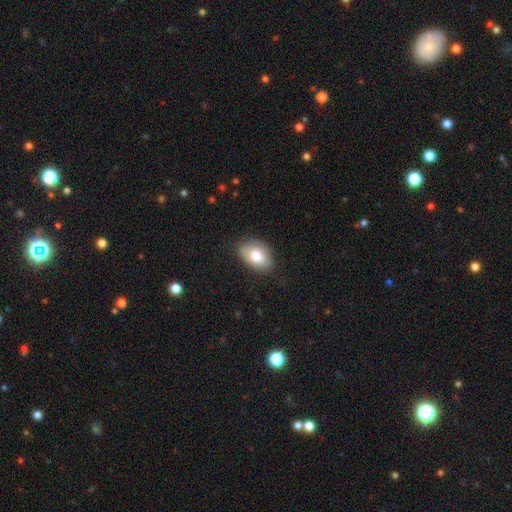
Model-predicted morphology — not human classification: Overall: smooth (79%). How rounded: in between (87%). Merging: none (79%).